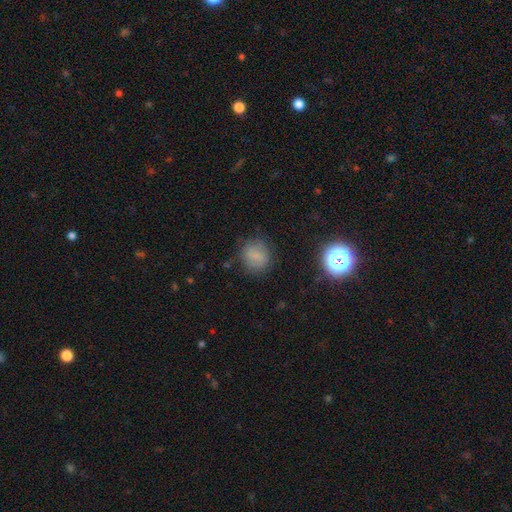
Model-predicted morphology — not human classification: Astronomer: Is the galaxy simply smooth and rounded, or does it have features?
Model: smooth — 75%.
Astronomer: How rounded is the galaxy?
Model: round — 79%.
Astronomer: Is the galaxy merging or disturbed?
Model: none — 78%.